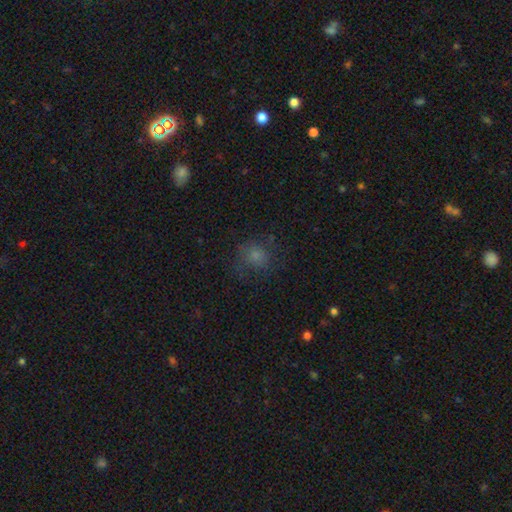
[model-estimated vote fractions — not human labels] Smooth or featured? Predicted: smooth (p=0.74). How rounded? Predicted: round (p=0.78). Merging? Predicted: none (p=0.66).